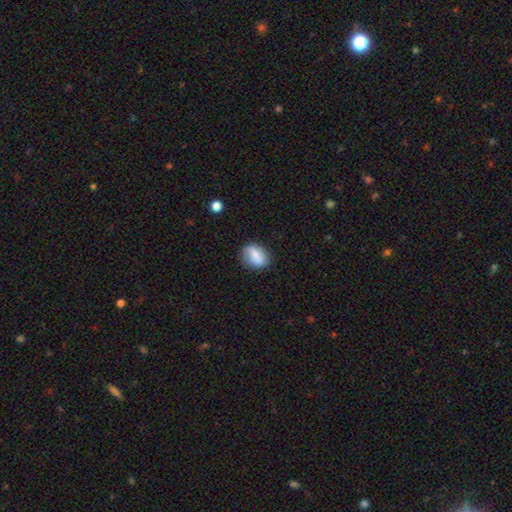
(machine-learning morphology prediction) Overall: smooth (68%). How rounded: in between (66%; round 30%). Merging: none (81%).